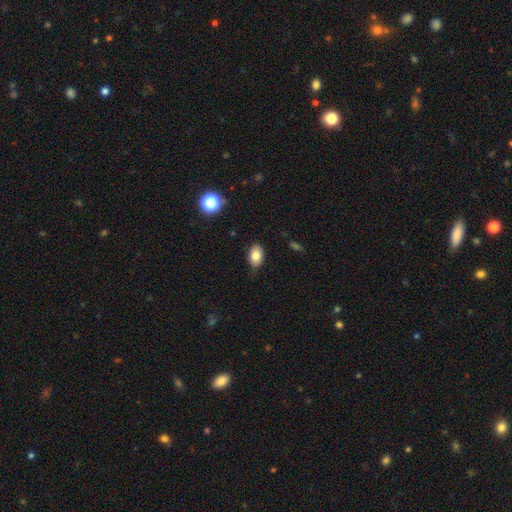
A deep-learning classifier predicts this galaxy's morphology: This is clearly a smooth galaxy (81%). How rounded: clearly in between (89%). Merging: clearly none (81%).